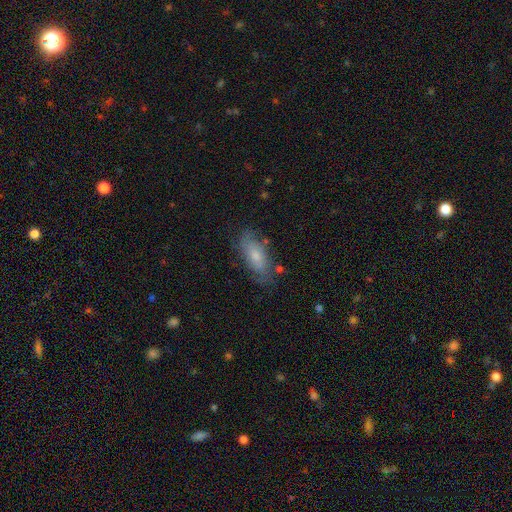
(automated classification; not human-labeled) smooth_or_featured: smooth (p=0.58) [alt: featured or disk p=0.35]
how_rounded: in between (p=0.78) [alt: cigar-shaped p=0.19]
merging: none (p=0.70) [alt: minor disturbance p=0.20]